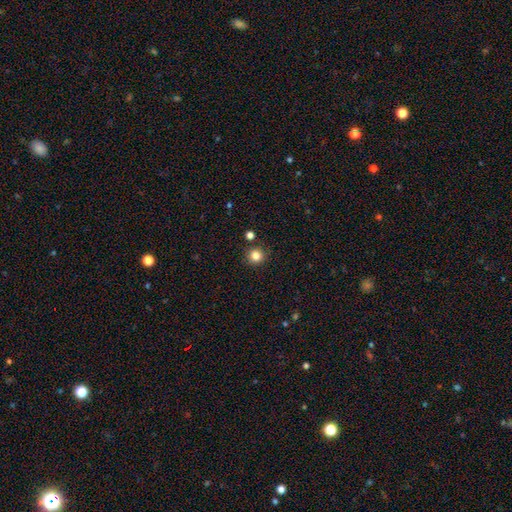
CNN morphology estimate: smooth 83%, star or artifact 12%, featured or disk 5%. Down the decision tree: how rounded — round (91%); merging — none (86%).